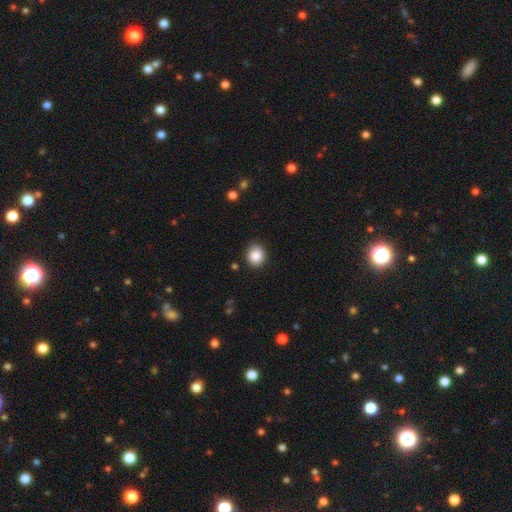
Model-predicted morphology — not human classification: A smooth galaxy with no disk features (87%) that is round (78%).

Vote fractions:
- Smooth or featured? smooth: 87% / star or artifact: 9% / featured or disk: 4%
- How rounded? round: 78% / in between: 21% / cigar-shaped: 1%
- Merging? none: 89% / minor disturbance: 8% / major disturbance: 2% / merger: 1%